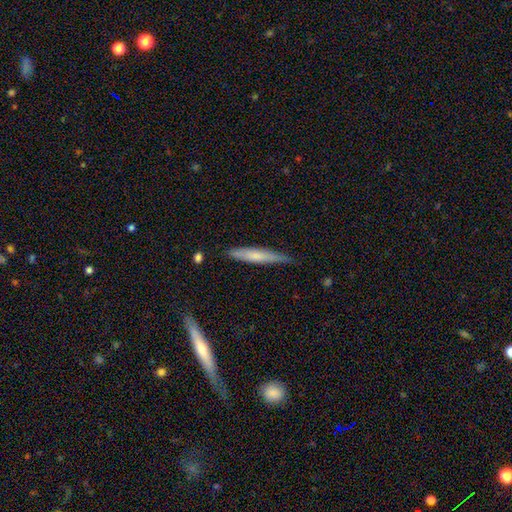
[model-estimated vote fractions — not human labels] This appears to be a smooth galaxy with no disk features (62%) that is cigar-shaped (92%). Merging: none (75%).